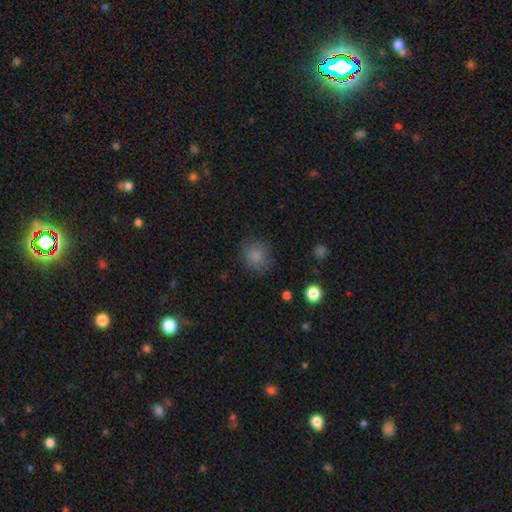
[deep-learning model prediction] Overall: smooth (83%). How rounded: round (80%). Merging: none (80%).